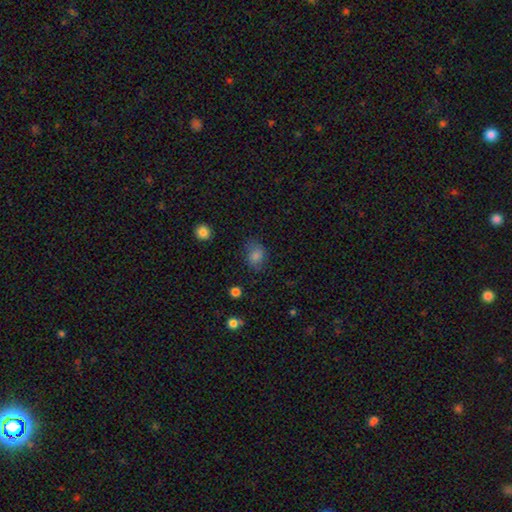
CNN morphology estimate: The model was most divided on "how rounded": in between: 54%, round: 45%, cigar-shaped: 1%. More confident: smooth or featured — smooth (79%); merging — none (71%).